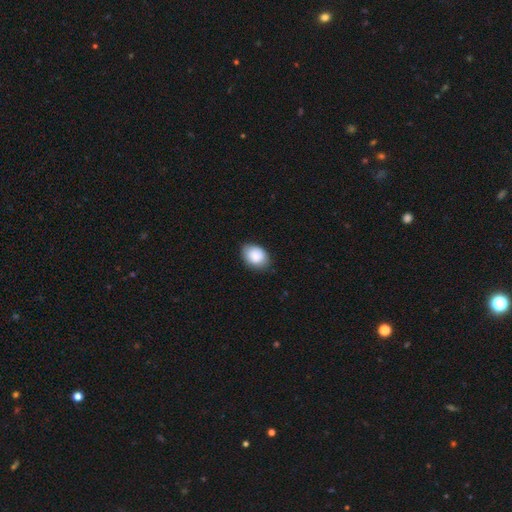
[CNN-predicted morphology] smooth-or-featured: smooth: 87% | star or artifact: 7% | featured or disk: 6%
  how-rounded: in between: 73% | round: 26% | cigar-shaped: 1%
  merging: none: 77% | minor disturbance: 19% | major disturbance: 3% | merger: 1%